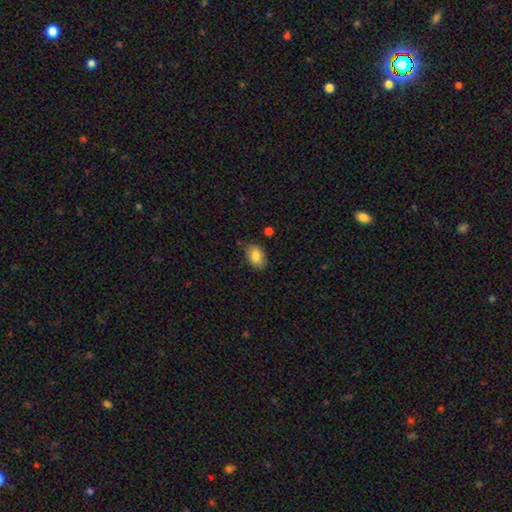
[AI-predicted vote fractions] smooth-or-featured: smooth: 83% | featured or disk: 10% | star or artifact: 7%
  how-rounded: in between: 85% | round: 14% | cigar-shaped: 1%
  merging: none: 80% | minor disturbance: 15% | major disturbance: 3% | merger: 2%